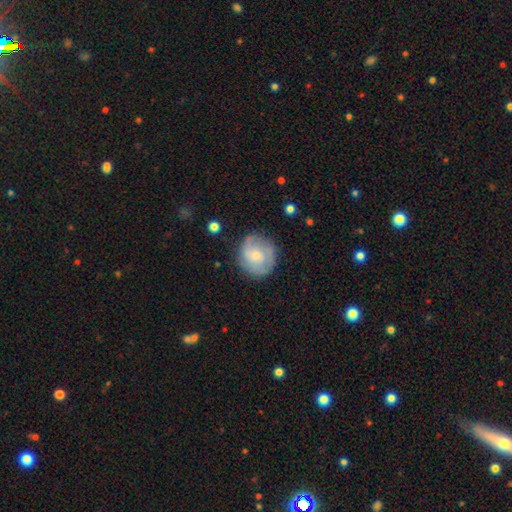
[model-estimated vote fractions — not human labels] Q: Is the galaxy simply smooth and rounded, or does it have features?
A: featured or disk — 52%.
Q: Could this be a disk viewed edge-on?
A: no — 98%.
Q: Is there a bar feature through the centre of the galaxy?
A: no — 68%.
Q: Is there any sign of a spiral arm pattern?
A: yes — 79%.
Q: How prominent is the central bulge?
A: small — 48%.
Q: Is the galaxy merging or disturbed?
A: none — 74%.